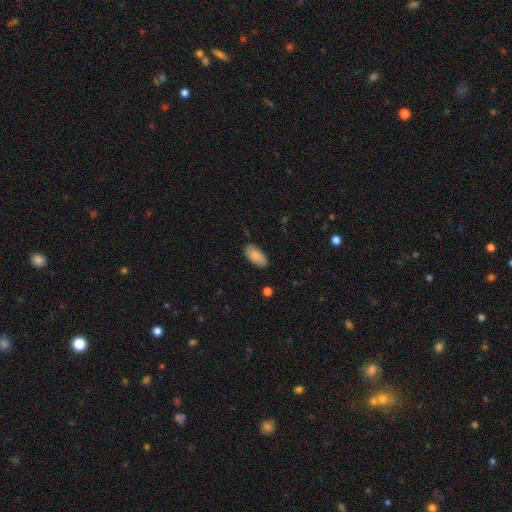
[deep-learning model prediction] The model was most divided on "merging": none: 81%, minor disturbance: 15%, major disturbance: 3%, merger: 1%. More confident: how rounded — in between (93%); smooth or featured — smooth (85%).